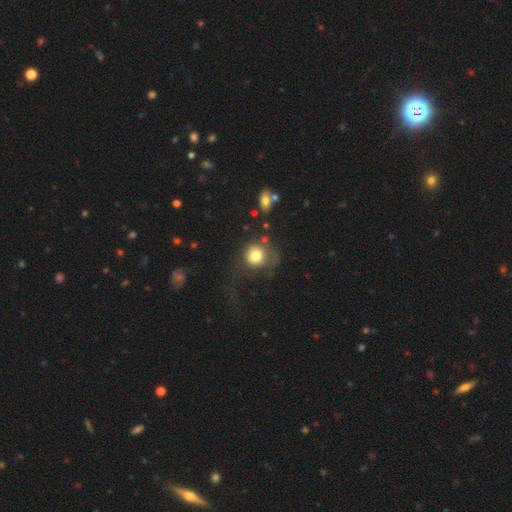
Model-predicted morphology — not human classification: The model was most divided on "merging": none: 45%, major disturbance: 29%, minor disturbance: 21%, merger: 5%. More confident: how rounded — round (83%); smooth or featured — smooth (78%).